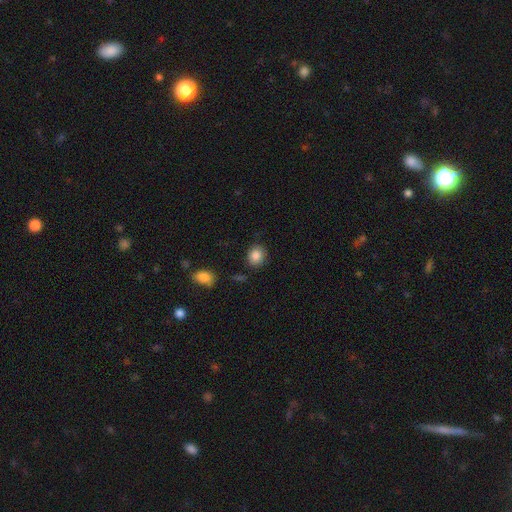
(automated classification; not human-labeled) The model was most divided on "how rounded": round: 71%, in between: 28%, cigar-shaped: 1%. More confident: smooth or featured — smooth (87%); merging — none (83%).